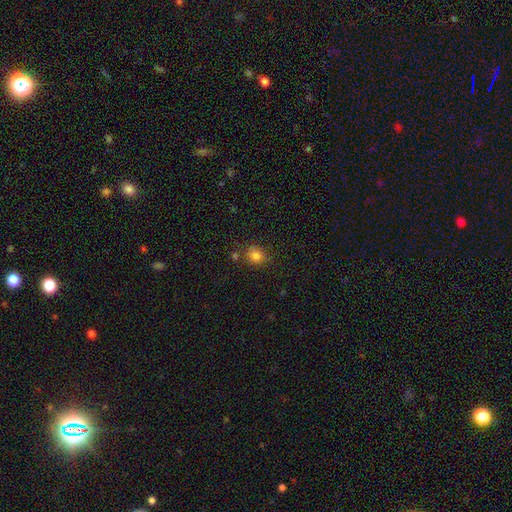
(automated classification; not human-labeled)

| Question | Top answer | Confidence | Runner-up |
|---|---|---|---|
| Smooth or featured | smooth | 81% | star or artifact (13%) |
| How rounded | round | 72% | in between (27%) |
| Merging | none | 71% | minor disturbance (16%) |